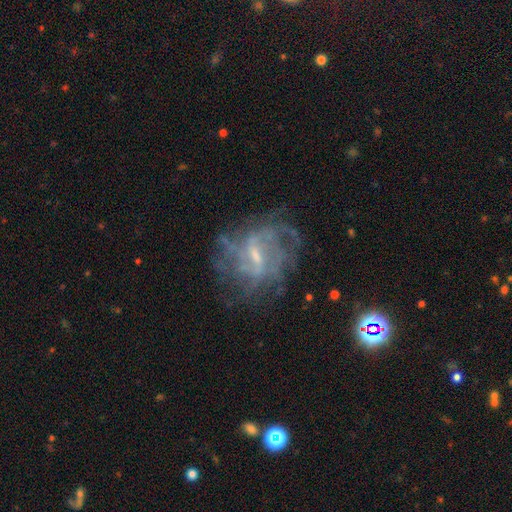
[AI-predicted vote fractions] Morphology: type=featured or disk (79%); edge-on=no (97%); bar=weak (57%); spiral arms=yes (78%); winding=medium (40%); arm count=can't tell (51%); bulge=small (55%); merging=none (60%).